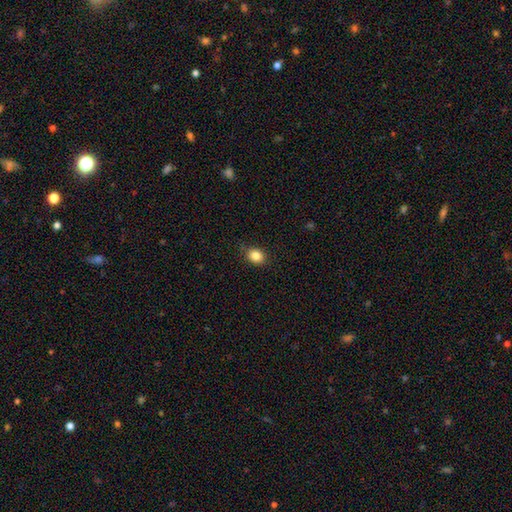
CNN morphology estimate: Overall: smooth (84%). How rounded: round (54%; in between 45%). Merging: none (80%).